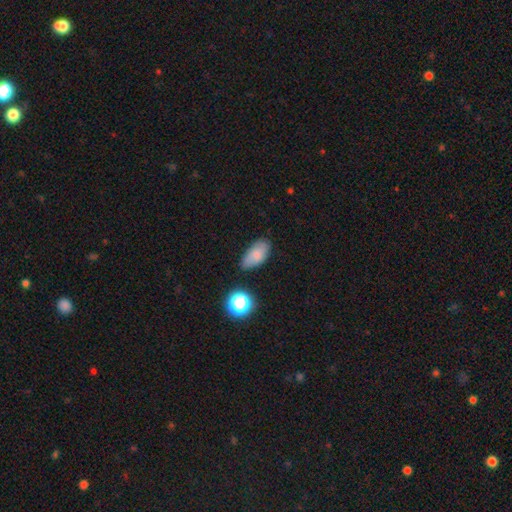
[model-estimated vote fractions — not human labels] Overall: smooth (77%). How rounded: in between (91%). Merging: none (65%; minor disturbance 26%).